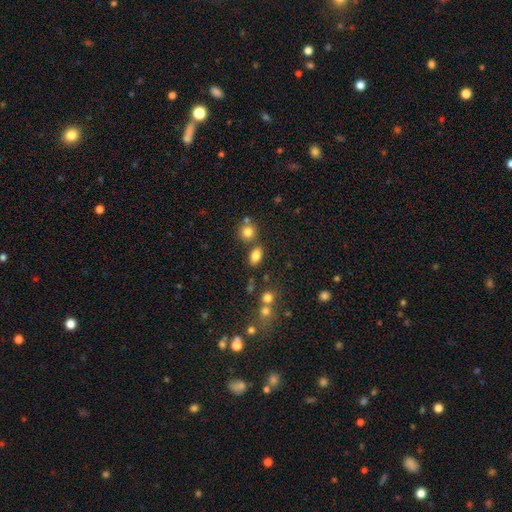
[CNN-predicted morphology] A smooth galaxy with no disk features (81%) that is in between round and cigar-shaped (83%). Merging: none (71%).